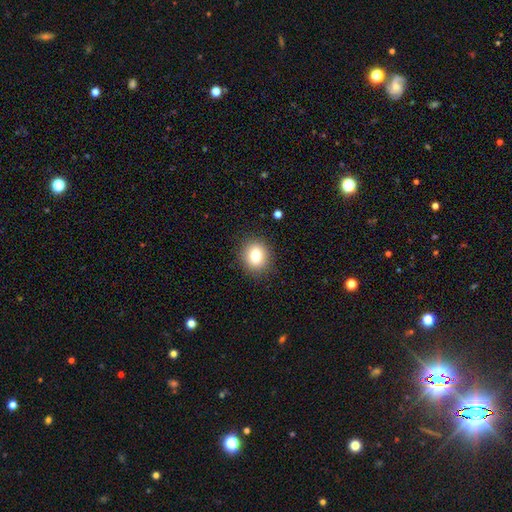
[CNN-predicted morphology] Overall: smooth (79%). How rounded: round (76%). Merging: none (89%).